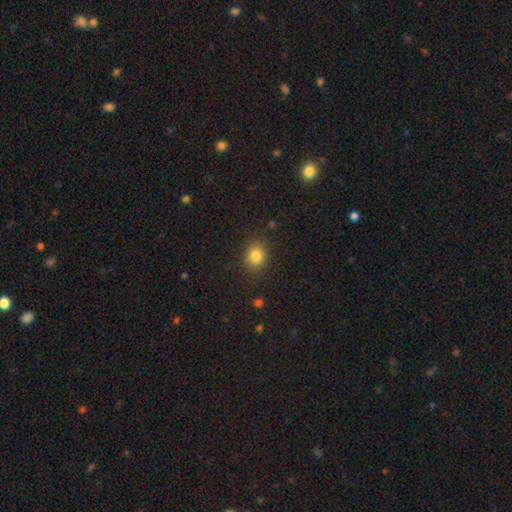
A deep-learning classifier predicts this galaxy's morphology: smooth_or_featured: smooth (p=0.82) [alt: star or artifact p=0.12]
how_rounded: round (p=0.64) [alt: in between p=0.35]
merging: none (p=0.84) [alt: minor disturbance p=0.11]